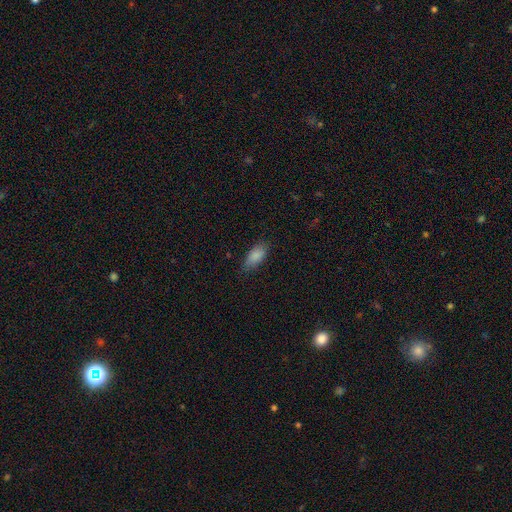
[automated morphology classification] Smooth or featured?
  - smooth: 86% *
  - star or artifact: 7%
  - featured or disk: 7%
How rounded?
  - in between: 87% *
  - cigar-shaped: 11%
  - round: 2%
Merging?
  - none: 76% *
  - minor disturbance: 19%
  - major disturbance: 4%
  - merger: 1%